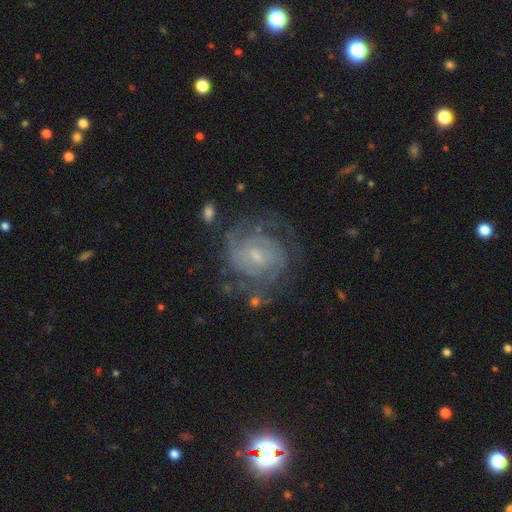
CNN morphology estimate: featured or disk 80%, smooth 12%, star or artifact 8%. Down the decision tree: edge-on disk — no (98%); bar — no (47%); spiral arms — yes (90%); spiral arm count — can't tell (42%); spiral winding — tight (60%); bulge size — small (62%); merging — none (66%).